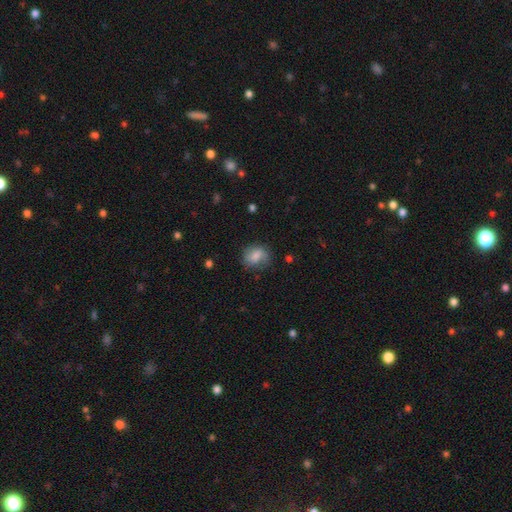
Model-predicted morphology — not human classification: Smooth or featured? Predicted: smooth (p=0.73). How rounded? Predicted: round (p=0.53). Merging? Predicted: none (p=0.67).